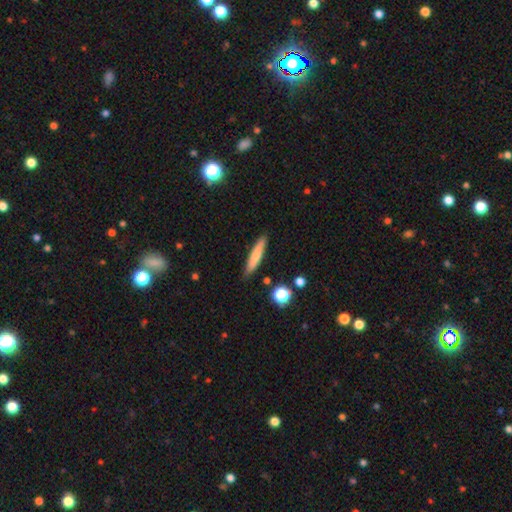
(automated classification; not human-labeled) This is likely a smooth galaxy (71%). How rounded: clearly cigar-shaped (88%). Merging: clearly none (86%).